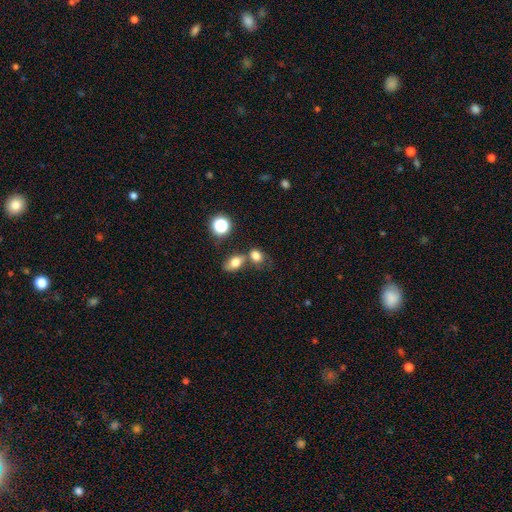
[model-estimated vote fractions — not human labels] Overall: smooth (77%). How rounded: in between (66%; round 32%). Merging: none (44%; merger 37%).